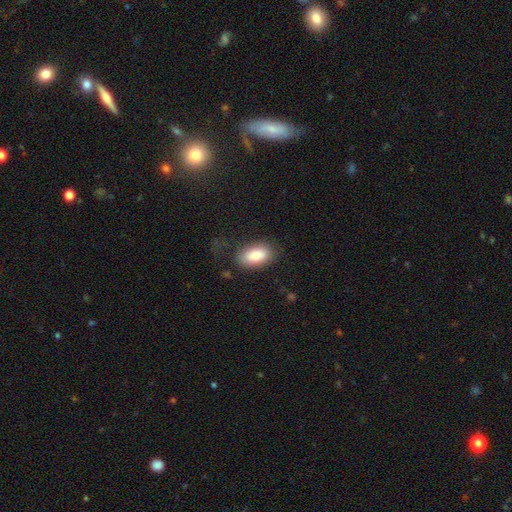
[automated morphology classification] smooth_or_featured: smooth (p=0.79) [alt: featured or disk p=0.13]
how_rounded: in between (p=0.91) [alt: round p=0.07]
merging: none (p=0.71) [alt: minor disturbance p=0.18]